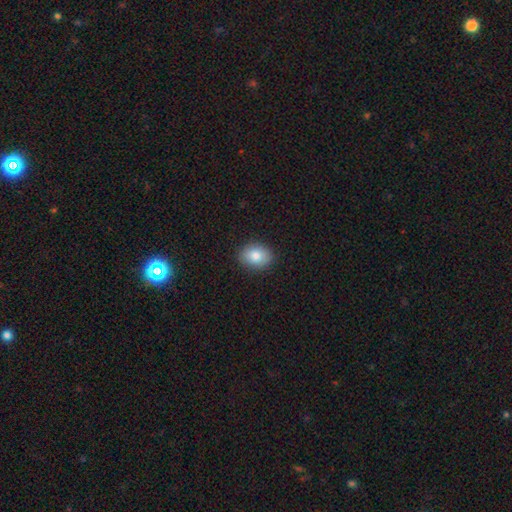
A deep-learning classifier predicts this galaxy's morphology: This is clearly a smooth galaxy (83%). How rounded: likely in between (61%). Merging: clearly none (89%).